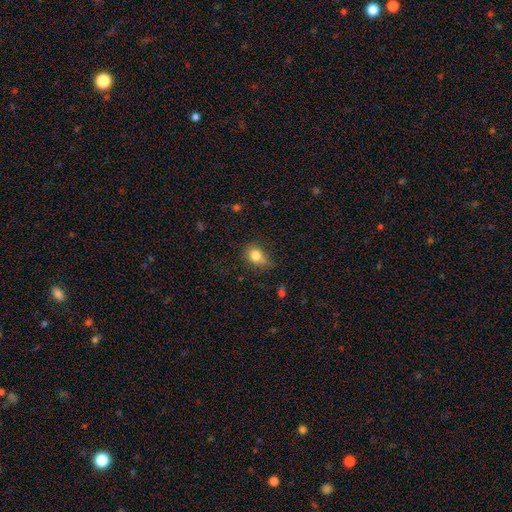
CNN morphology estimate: The model was most divided on "how rounded": in between: 56%, round: 43%, cigar-shaped: 2%. More confident: smooth or featured — smooth (80%); merging — none (54%).